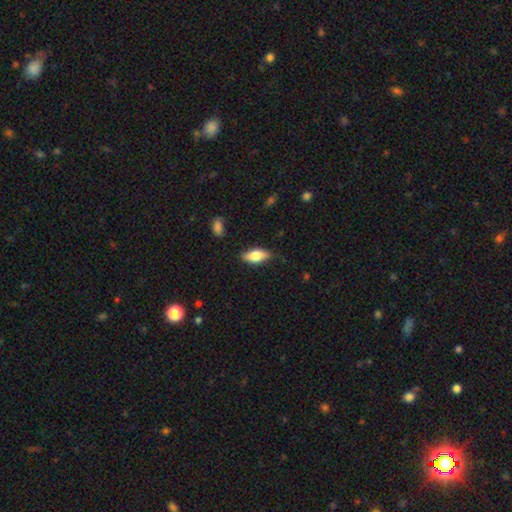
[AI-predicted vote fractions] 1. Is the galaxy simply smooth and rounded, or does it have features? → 71% smooth, 22% featured or disk, 7% star or artifact.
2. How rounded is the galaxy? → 82% in between, 15% cigar-shaped, 3% round.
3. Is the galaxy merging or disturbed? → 78% none, 17% minor disturbance, 4% major disturbance, 2% merger.